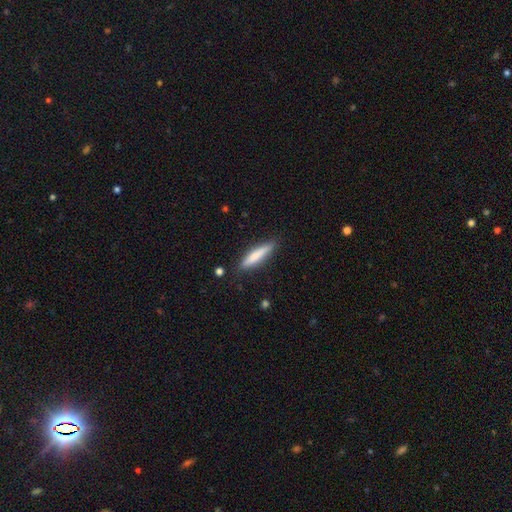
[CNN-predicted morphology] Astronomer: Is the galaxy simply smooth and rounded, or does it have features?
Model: smooth — 73%.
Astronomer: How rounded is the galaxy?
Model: cigar-shaped — 84%.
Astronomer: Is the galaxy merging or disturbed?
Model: none — 82%.